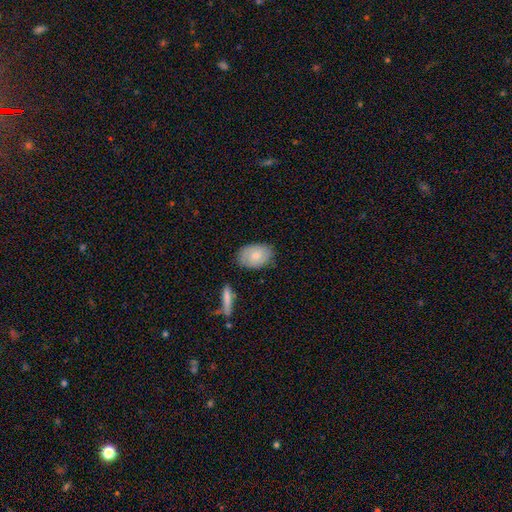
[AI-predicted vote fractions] Q: Smooth or featured?
A: smooth (67%); runner-up: featured or disk (27%)
Q: How rounded?
A: in between (84%); runner-up: round (14%)
Q: Merging?
A: none (77%); runner-up: minor disturbance (16%)